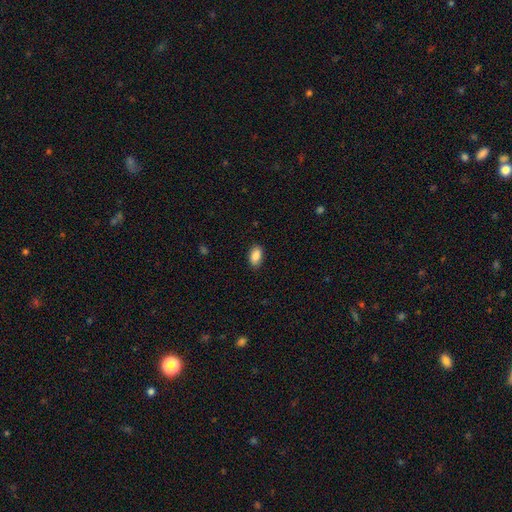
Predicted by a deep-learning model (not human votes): Overall: smooth (88%). How rounded: in between (92%). Merging: none (87%).